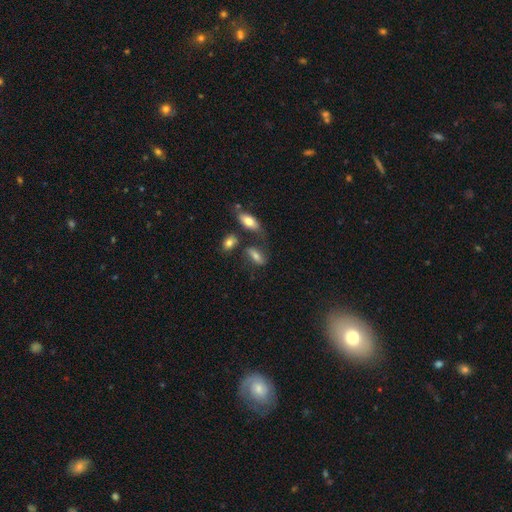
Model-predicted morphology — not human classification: A smooth galaxy with no disk features (67%) that is in between round and cigar-shaped (74%). Merging: none (55%).